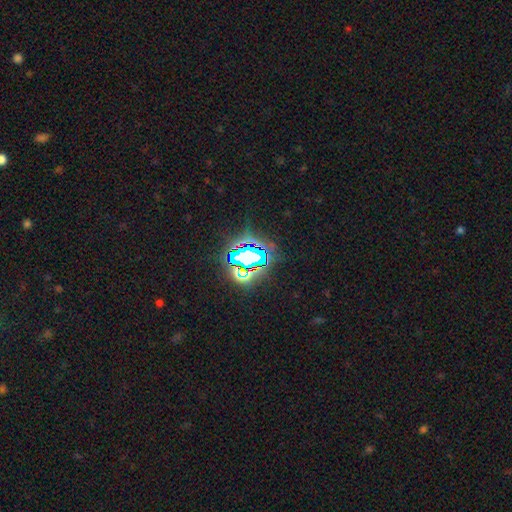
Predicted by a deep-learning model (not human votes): star or artifact 73%, smooth 15%, featured or disk 12%.